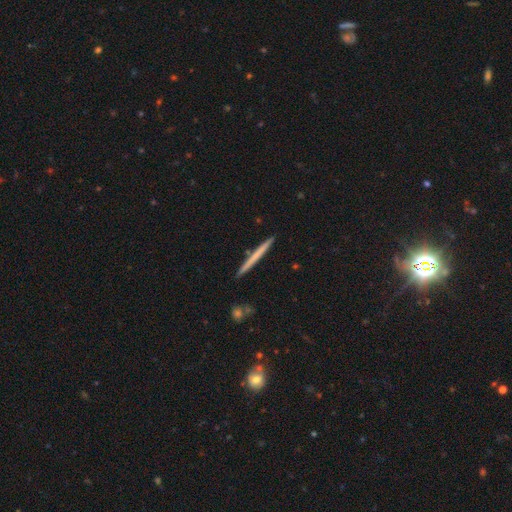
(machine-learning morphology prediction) This is possibly a smooth galaxy (53%). How rounded: clearly cigar-shaped (97%). Merging: clearly none (91%).